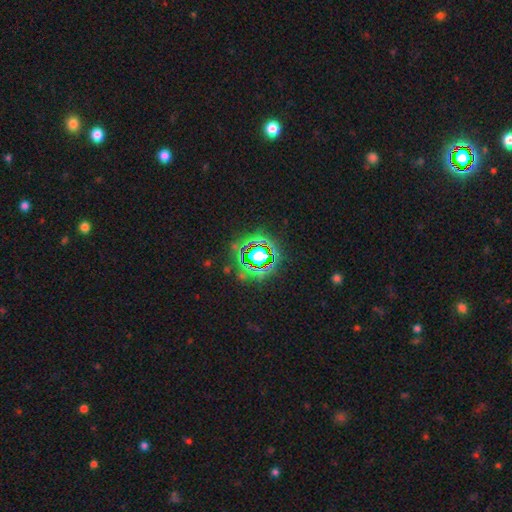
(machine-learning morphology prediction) A star or artifact, not a galaxy (78%).

Vote fractions:
- Smooth or featured? star or artifact: 78% / smooth: 12% / featured or disk: 10%